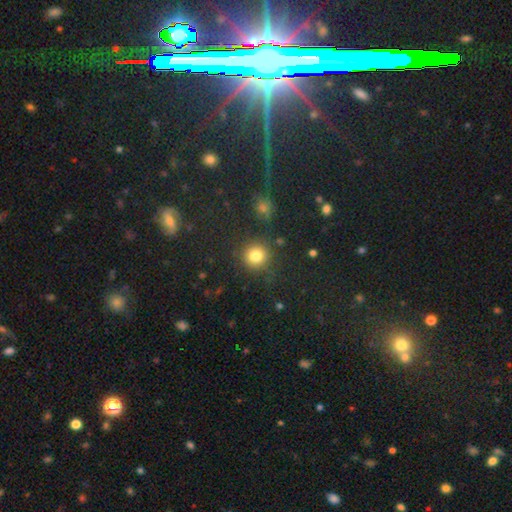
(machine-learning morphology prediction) The model was most divided on "smooth or featured": smooth: 81%, star or artifact: 14%, featured or disk: 6%. More confident: how rounded — round (92%); merging — none (85%).